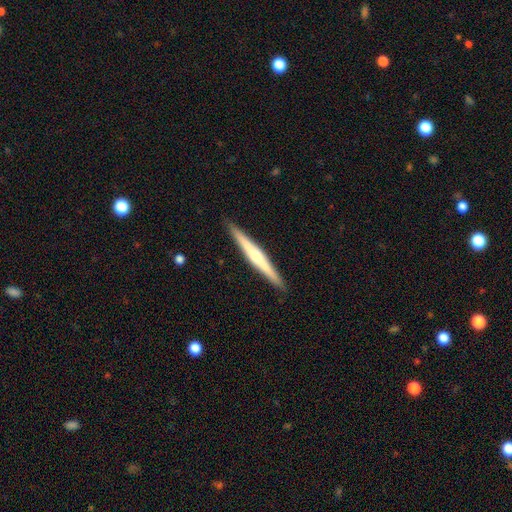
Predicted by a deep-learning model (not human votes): The model was most divided on "smooth or featured": featured or disk: 66%, smooth: 29%, star or artifact: 6%. More confident: edge-on disk — yes (97%); merging — none (92%); edge-on bulge — rounded (75%).